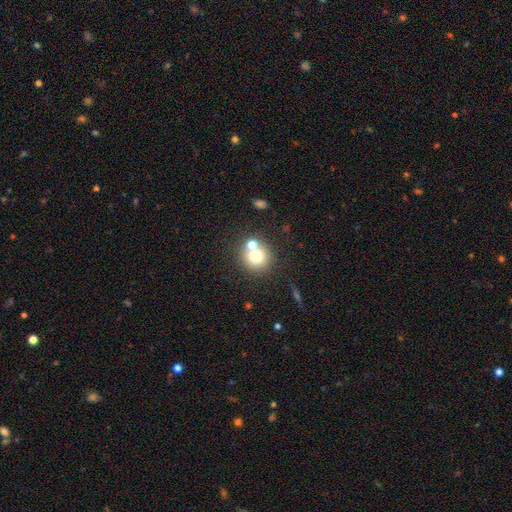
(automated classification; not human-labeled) Q: Smooth or featured?
A: smooth (70%); runner-up: featured or disk (16%)
Q: How rounded?
A: round (91%); runner-up: in between (8%)
Q: Merging?
A: none (60%); runner-up: merger (29%)